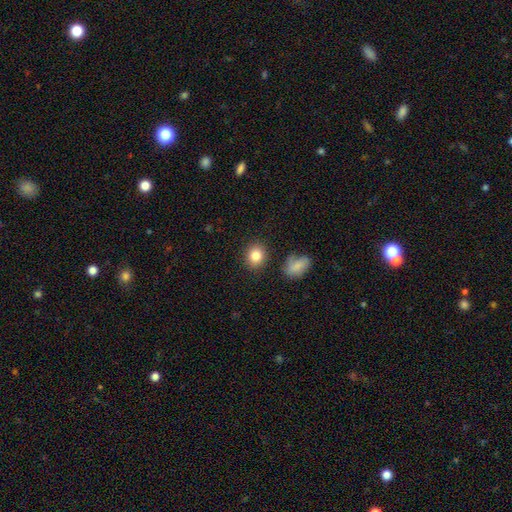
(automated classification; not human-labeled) Smooth or featured?
  - smooth: 84% *
  - star or artifact: 9%
  - featured or disk: 7%
How rounded?
  - round: 71% *
  - in between: 28%
  - cigar-shaped: 1%
Merging?
  - none: 85% *
  - minor disturbance: 9%
  - merger: 3%
  - major disturbance: 3%